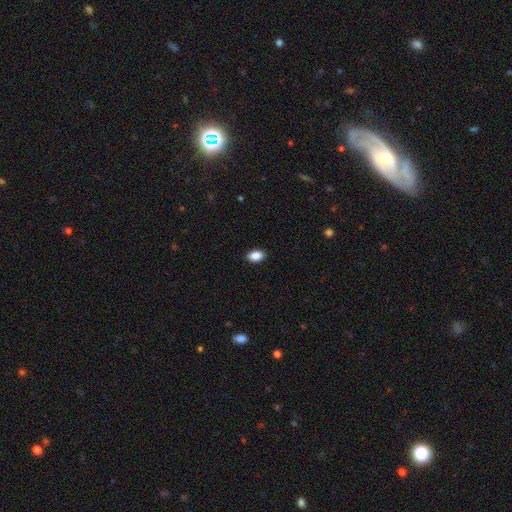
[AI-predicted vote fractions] A smooth galaxy with no disk features (88%) that is in between round and cigar-shaped (88%). Merging: none (90%).